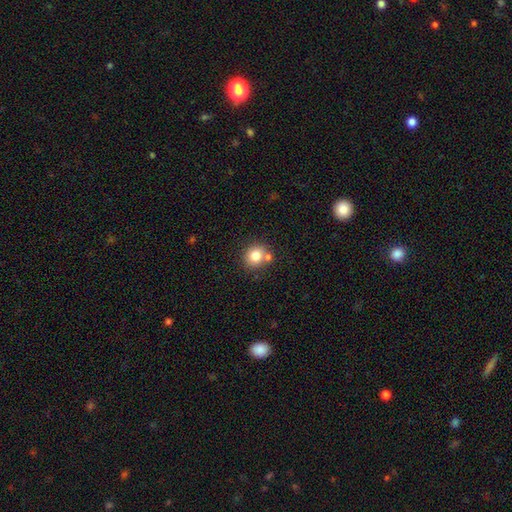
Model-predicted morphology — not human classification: Smooth or featured?
  - smooth: 80% *
  - star or artifact: 11%
  - featured or disk: 9%
How rounded?
  - round: 83% *
  - in between: 16%
  - cigar-shaped: 1%
Merging?
  - none: 67% *
  - merger: 19%
  - minor disturbance: 11%
  - major disturbance: 3%